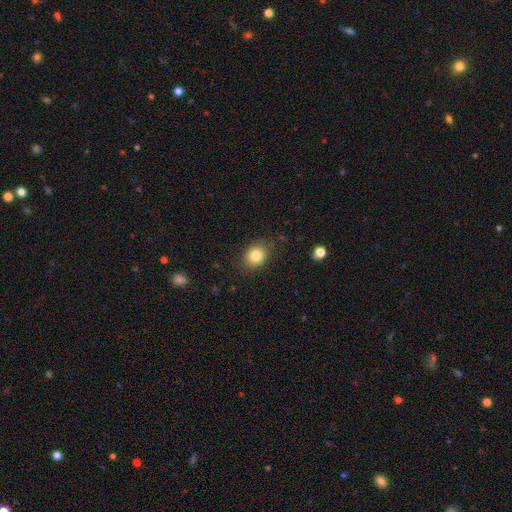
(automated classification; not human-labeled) Morphology: type=smooth (83%); roundness=round (63%); merging=none (83%).